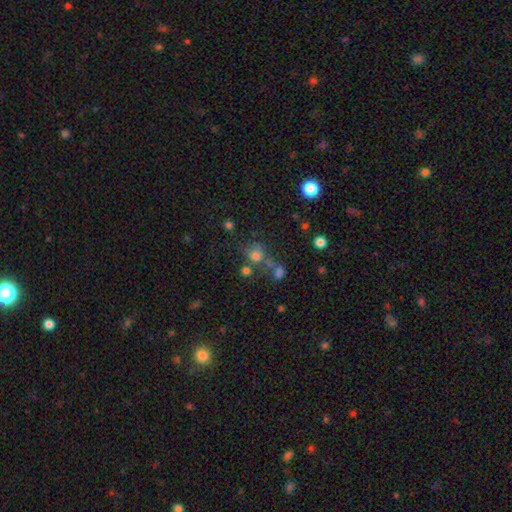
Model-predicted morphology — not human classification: type=smooth (68%); roundness=round (83%); merging=none (56%).